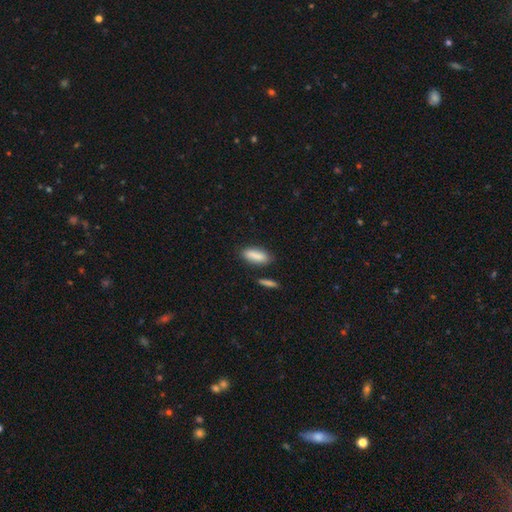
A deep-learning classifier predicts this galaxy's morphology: This is clearly a smooth galaxy (87%). How rounded: likely in between (65%). Merging: likely none (79%).